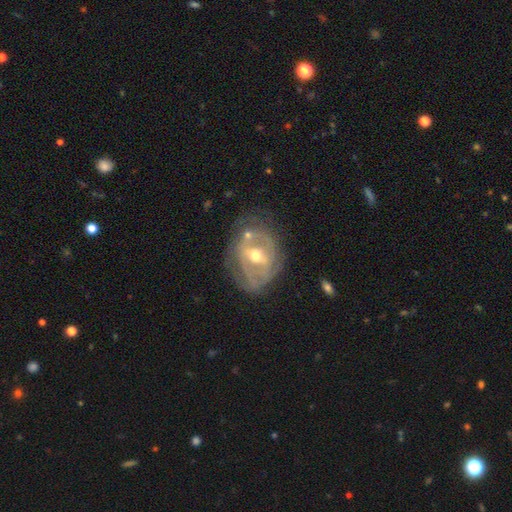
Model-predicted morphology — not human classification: The model was most divided on "bar": weak: 41%, strong: 39%, no: 21%. Remaining: edge-on disk — no (95%); smooth or featured — featured or disk (80%); bulge size — moderate (71%); spiral arms — yes (66%); merging — none (60%); spiral winding — tight (53%); spiral arm count — 2 (43%).